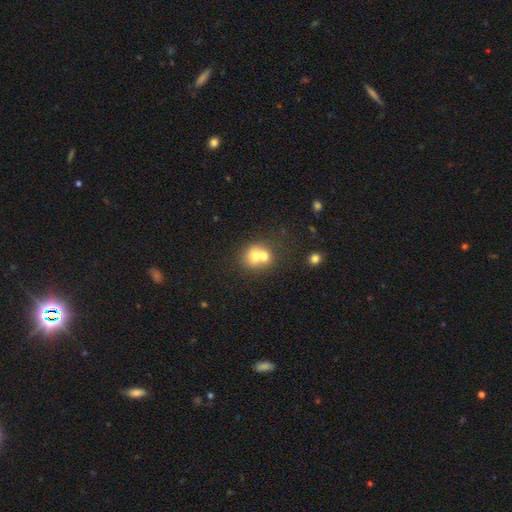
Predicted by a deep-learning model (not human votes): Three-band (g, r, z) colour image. It shows a smooth galaxy with no disk features (67%) that is round (71%). Merging: merger (64%).